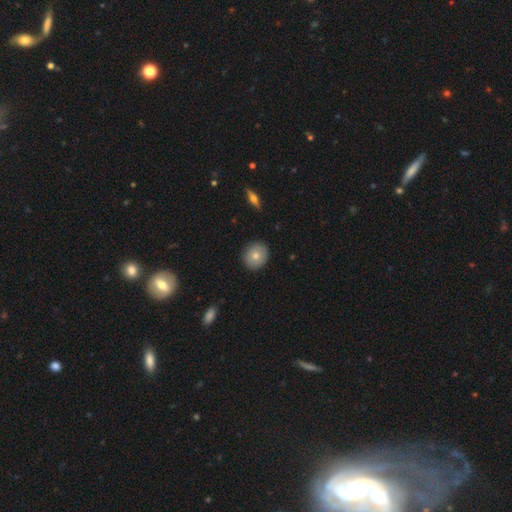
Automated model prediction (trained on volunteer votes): This is likely a smooth galaxy (74%). How rounded: clearly round (83%). Merging: clearly none (89%).